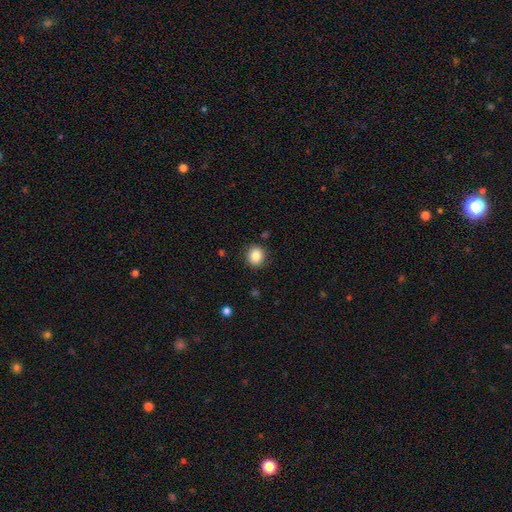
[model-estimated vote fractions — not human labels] Q: Smooth or featured?
A: smooth (84%); runner-up: star or artifact (10%)
Q: How rounded?
A: round (83%); runner-up: in between (16%)
Q: Merging?
A: none (89%); runner-up: minor disturbance (8%)